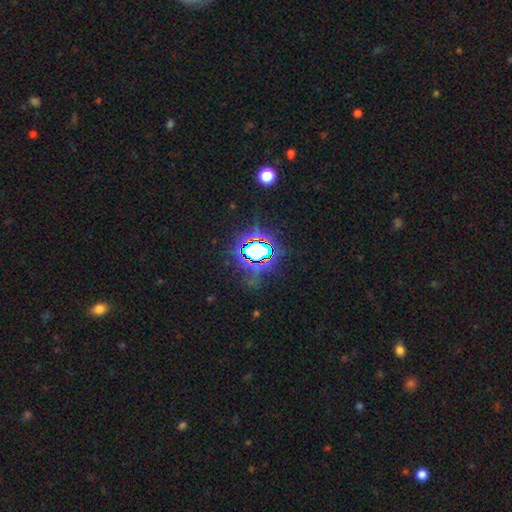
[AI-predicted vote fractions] This appears to be a star or artifact, not a galaxy (83%).